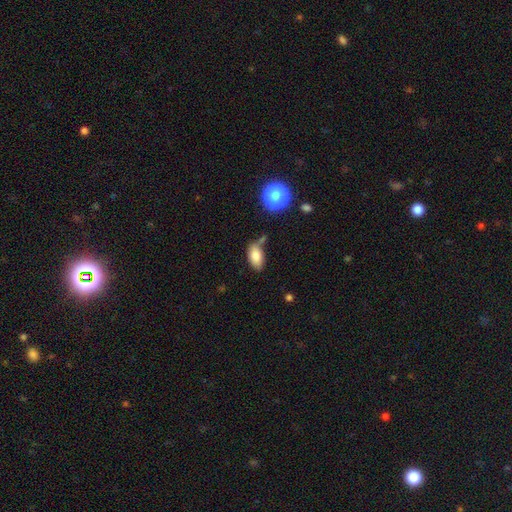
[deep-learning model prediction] Smooth or featured: smooth — 80% (featured or disk — 10%)
How rounded: in between — 92% (round — 5%)
Merging: none — 60% (minor disturbance — 22%)